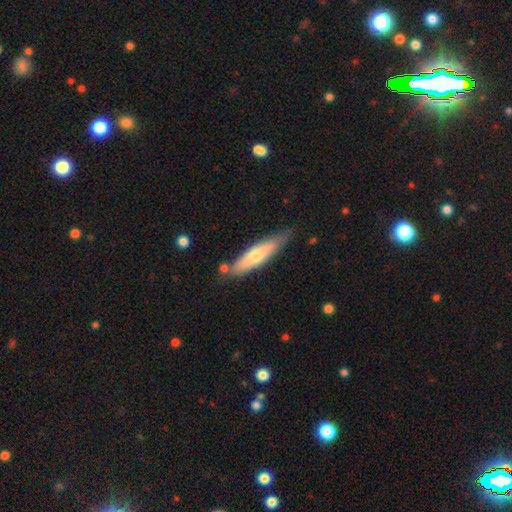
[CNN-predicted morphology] Smooth or featured: smooth — 59% (featured or disk — 36%)
How rounded: cigar-shaped — 76% (in between — 22%)
Merging: none — 72% (minor disturbance — 18%)